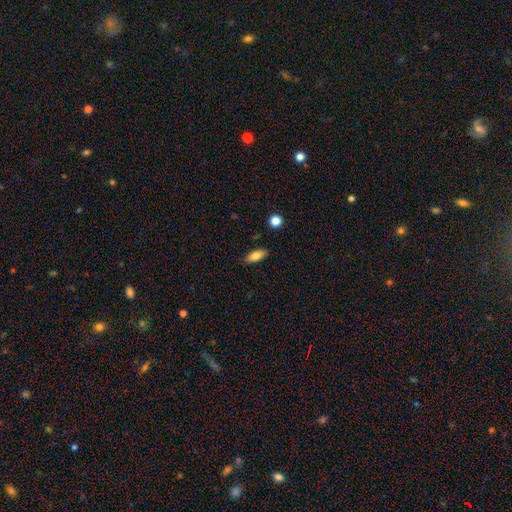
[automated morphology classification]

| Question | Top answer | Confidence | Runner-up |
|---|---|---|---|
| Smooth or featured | smooth | 79% | featured or disk (13%) |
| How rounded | in between | 79% | cigar-shaped (18%) |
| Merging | none | 85% | minor disturbance (11%) |